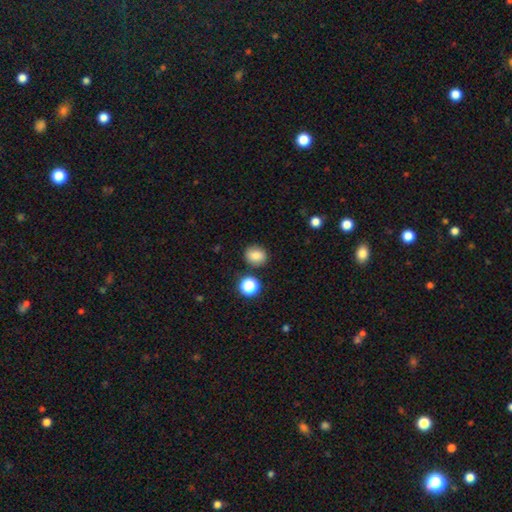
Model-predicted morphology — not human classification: Smooth or featured?
  - smooth: 83% *
  - star or artifact: 12%
  - featured or disk: 5%
How rounded?
  - round: 65% *
  - in between: 34%
  - cigar-shaped: 1%
Merging?
  - none: 83% *
  - minor disturbance: 10%
  - merger: 4%
  - major disturbance: 3%